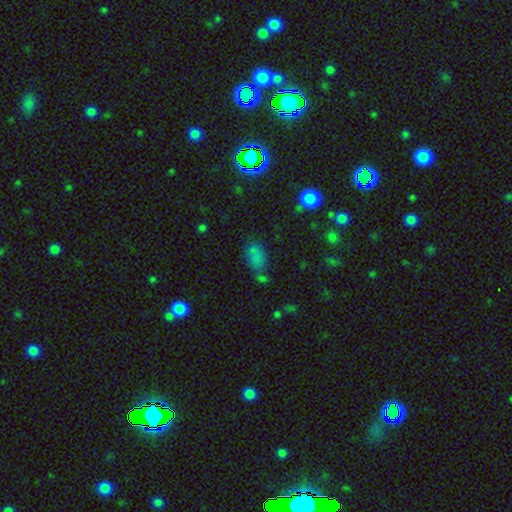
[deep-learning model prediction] This is likely a smooth galaxy (70%). How rounded: clearly in between (87%). Merging: possibly none (52%).